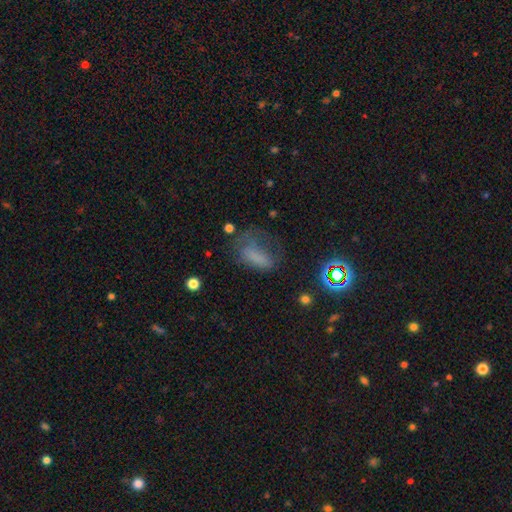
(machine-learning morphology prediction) smooth_or_featured: smooth (p=0.57) [alt: featured or disk p=0.22]
how_rounded: in between (p=0.76) [alt: cigar-shaped p=0.13]
merging: major disturbance (p=0.41) [alt: none p=0.31]